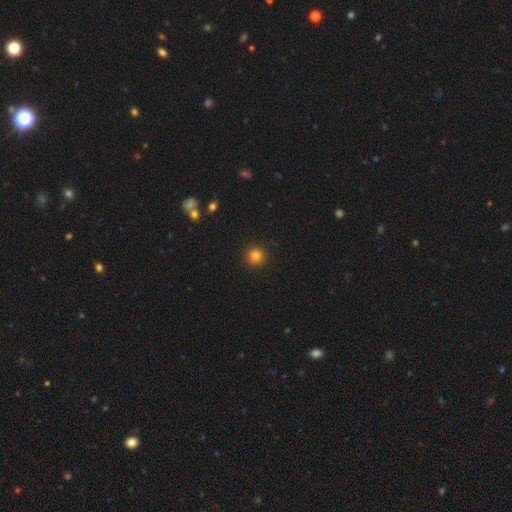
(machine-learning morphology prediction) A smooth galaxy with no disk features (82%) that is round (94%). Merging: none (92%).